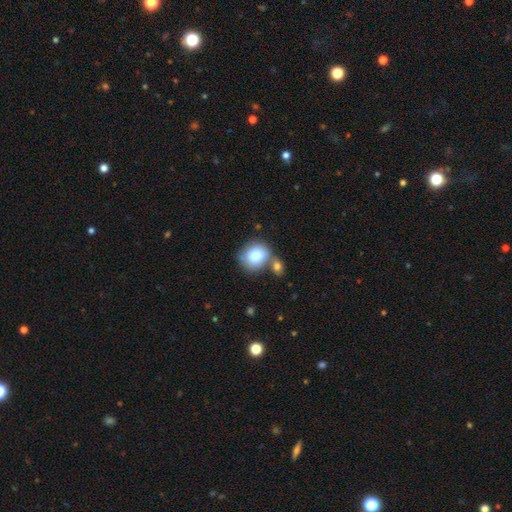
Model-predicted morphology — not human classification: smooth-or-featured: smooth: 79% | featured or disk: 13% | star or artifact: 8%
  how-rounded: round: 77% | in between: 22% | cigar-shaped: 1%
  merging: none: 52% | merger: 30% | minor disturbance: 13% | major disturbance: 5%